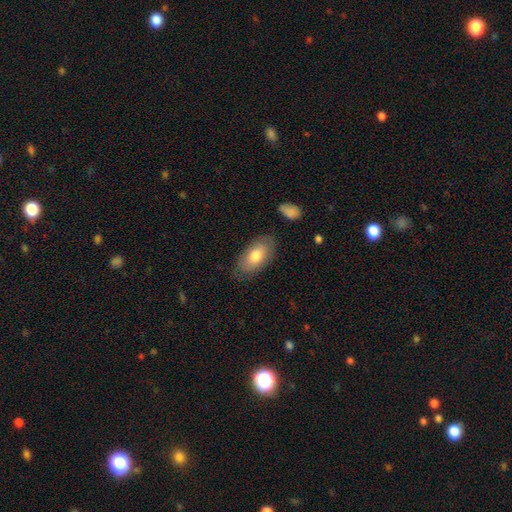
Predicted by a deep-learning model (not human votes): Morphology: type=smooth (77%); roundness=in between (93%); merging=none (79%).